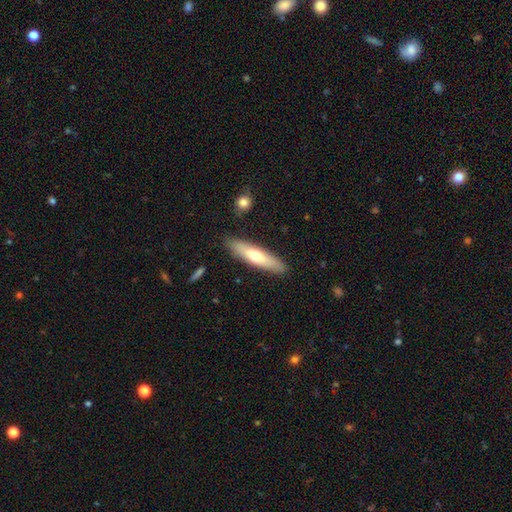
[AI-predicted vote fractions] Smooth or featured: smooth — 58% (featured or disk — 36%)
How rounded: cigar-shaped — 76% (in between — 22%)
Merging: none — 88% (minor disturbance — 9%)